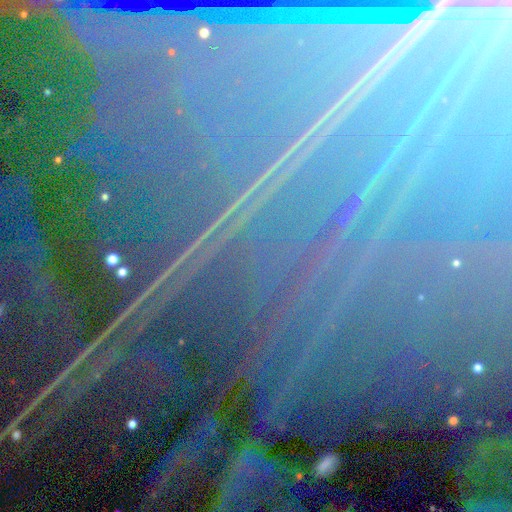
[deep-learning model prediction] Q: Smooth or featured?
A: star or artifact (89%); runner-up: featured or disk (6%)